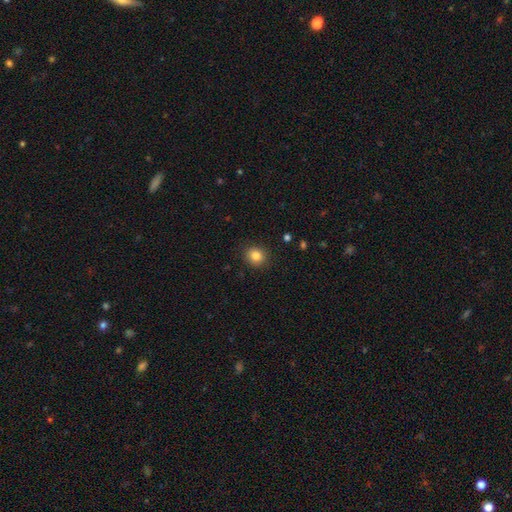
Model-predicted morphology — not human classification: smooth-or-featured: smooth: 85% | star or artifact: 10% | featured or disk: 5%
  how-rounded: round: 75% | in between: 24% | cigar-shaped: 1%
  merging: none: 89% | minor disturbance: 8% | major disturbance: 2% | merger: 1%